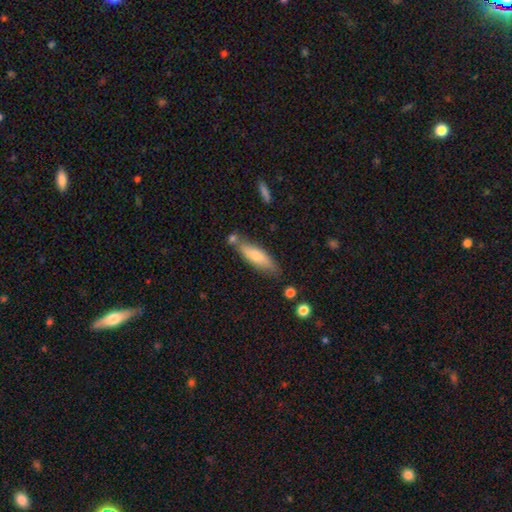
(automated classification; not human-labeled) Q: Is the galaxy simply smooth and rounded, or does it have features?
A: smooth — 71%.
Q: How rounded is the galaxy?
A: cigar-shaped — 62%.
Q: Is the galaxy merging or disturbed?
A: none — 71%.